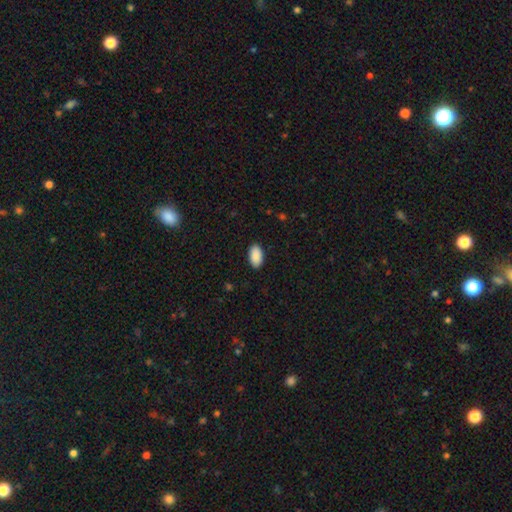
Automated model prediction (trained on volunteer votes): smooth 91%, star or artifact 6%, featured or disk 3%. Down the decision tree: how rounded — in between (96%); merging — none (90%).